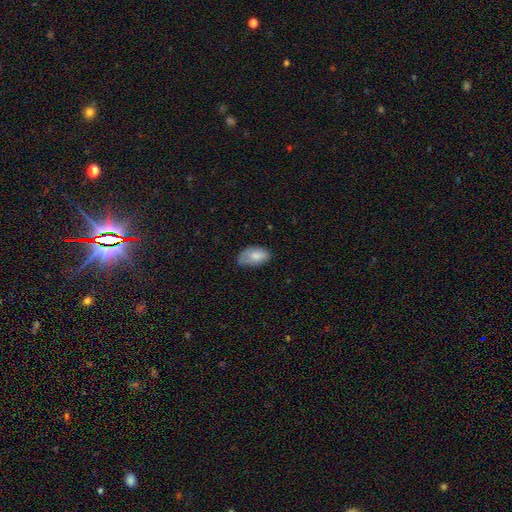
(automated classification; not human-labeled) smooth-or-featured: smooth: 79% | featured or disk: 14% | star or artifact: 7%
  how-rounded: in between: 93% | round: 4% | cigar-shaped: 2%
  merging: none: 55% | minor disturbance: 34% | major disturbance: 9% | merger: 2%